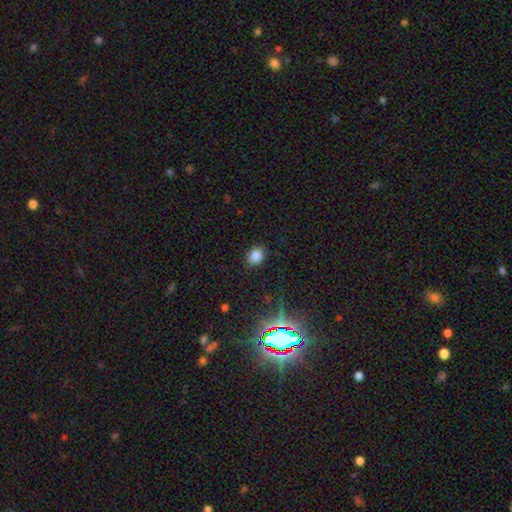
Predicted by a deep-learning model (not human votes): Q: Smooth or featured?
A: smooth (82%); runner-up: star or artifact (13%)
Q: How rounded?
A: round (57%); runner-up: in between (41%)
Q: Merging?
A: none (86%); runner-up: minor disturbance (10%)